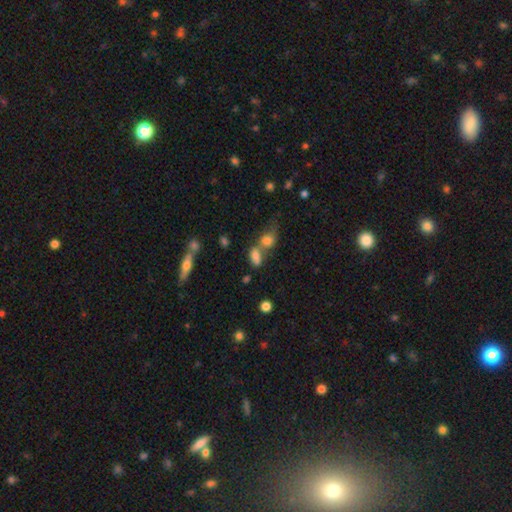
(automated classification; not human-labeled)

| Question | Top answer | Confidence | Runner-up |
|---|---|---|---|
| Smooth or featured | smooth | 74% | star or artifact (14%) |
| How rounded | in between | 80% | round (14%) |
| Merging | merger | 43% | none (39%) |